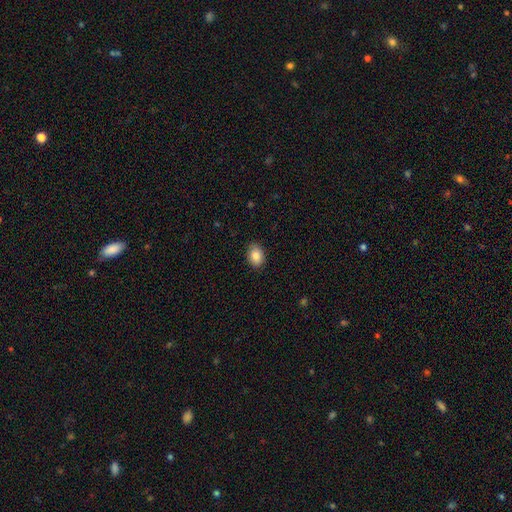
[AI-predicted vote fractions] Smooth or featured? Predicted: smooth (p=0.86). How rounded? Predicted: in between (p=0.78). Merging? Predicted: none (p=0.87).